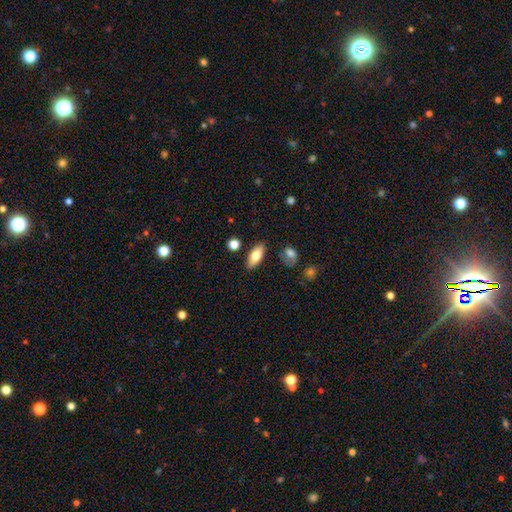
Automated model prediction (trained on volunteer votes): This is likely a smooth galaxy (70%). How rounded: likely in between (76%). Merging: clearly none (84%).